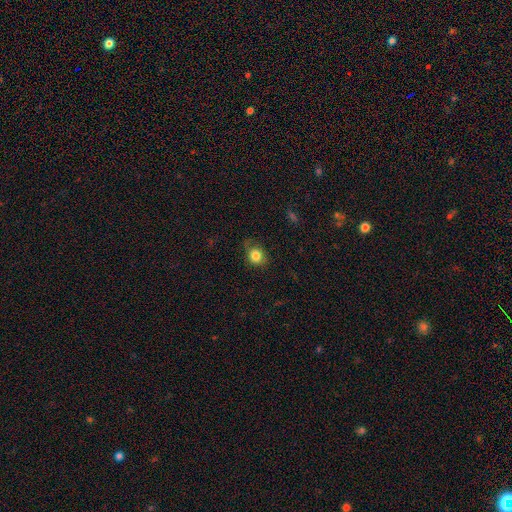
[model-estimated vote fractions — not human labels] Morphology: type=smooth (82%); roundness=round (69%); merging=none (68%).